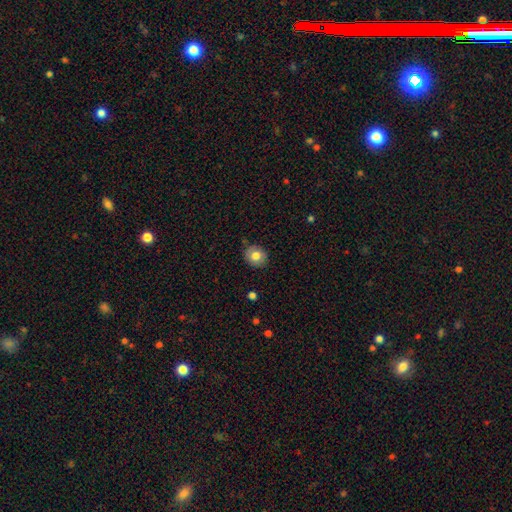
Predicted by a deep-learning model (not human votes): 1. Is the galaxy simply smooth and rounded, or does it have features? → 78% smooth, 13% featured or disk, 9% star or artifact.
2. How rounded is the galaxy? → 74% round, 25% in between, 1% cigar-shaped.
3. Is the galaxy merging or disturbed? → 84% none, 12% minor disturbance, 2% major disturbance, 1% merger.